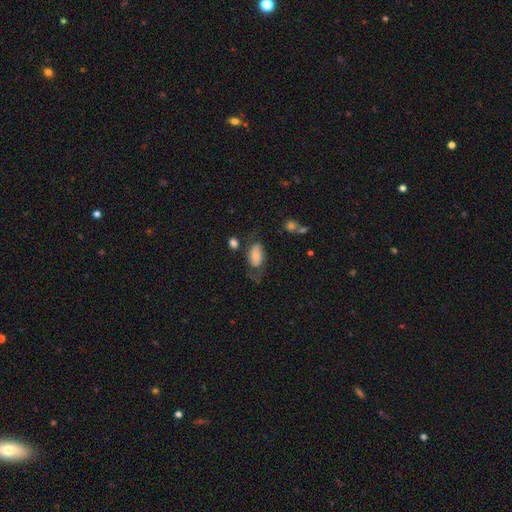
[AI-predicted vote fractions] A smooth galaxy with no disk features (57%) that is in between round and cigar-shaped (90%).

Vote fractions:
- Smooth or featured? smooth: 57% / featured or disk: 35% / star or artifact: 8%
- How rounded? in between: 90% / round: 7% / cigar-shaped: 3%
- Merging? none: 46% / minor disturbance: 26% / major disturbance: 23% / merger: 5%